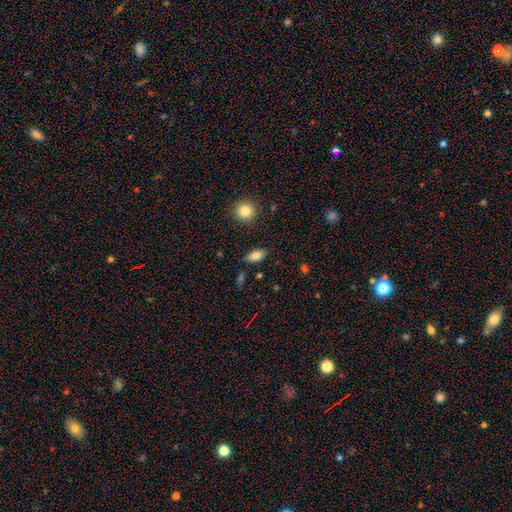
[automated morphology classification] A smooth galaxy with no disk features (80%) that is in between round and cigar-shaped (89%). Merging: none (83%).